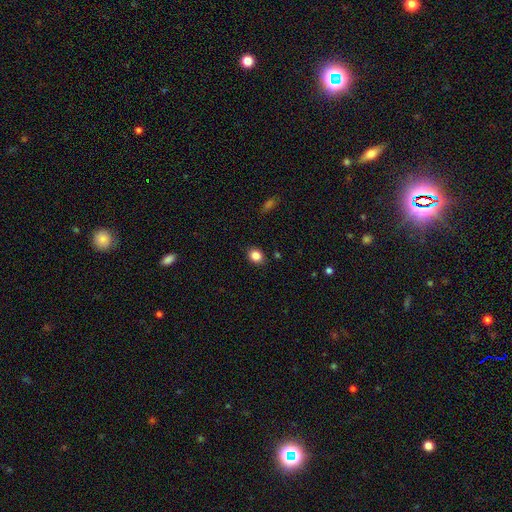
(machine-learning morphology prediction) Smooth or featured?
  - smooth: 85% *
  - star or artifact: 10%
  - featured or disk: 5%
How rounded?
  - round: 53% *
  - in between: 46%
  - cigar-shaped: 1%
Merging?
  - none: 87% *
  - minor disturbance: 9%
  - major disturbance: 2%
  - merger: 1%